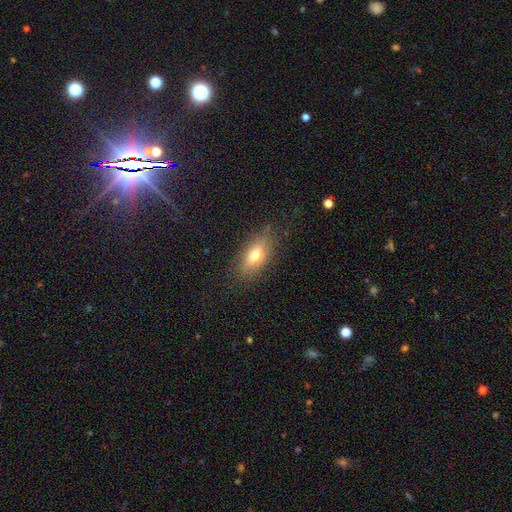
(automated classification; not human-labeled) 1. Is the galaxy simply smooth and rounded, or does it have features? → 66% smooth, 24% featured or disk, 10% star or artifact.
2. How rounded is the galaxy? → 79% in between, 15% cigar-shaped, 7% round.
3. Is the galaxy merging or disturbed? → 80% none, 14% minor disturbance, 4% major disturbance, 1% merger.